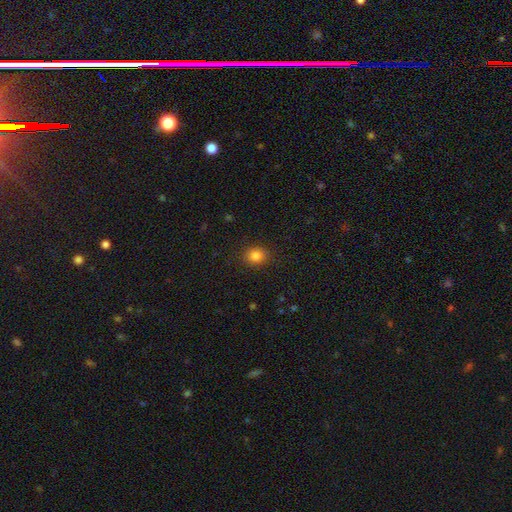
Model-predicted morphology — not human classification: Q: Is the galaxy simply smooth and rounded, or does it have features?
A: smooth — 84%.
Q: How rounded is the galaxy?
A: round — 70%.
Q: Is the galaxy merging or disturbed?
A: none — 88%.